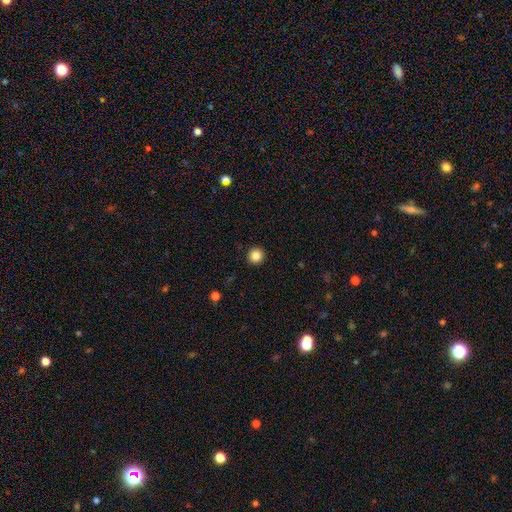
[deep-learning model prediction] Smooth or featured: smooth — 85% (star or artifact — 11%)
How rounded: round — 95% (in between — 4%)
Merging: none — 93% (minor disturbance — 4%)